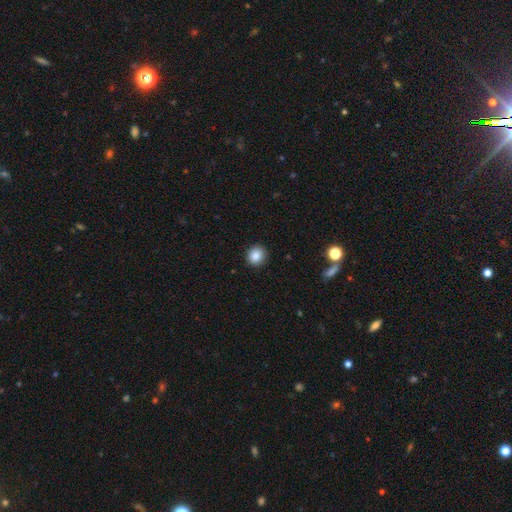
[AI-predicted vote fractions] Smooth or featured? smooth (87%)
How rounded? round (84%)
Merging? none (91%)